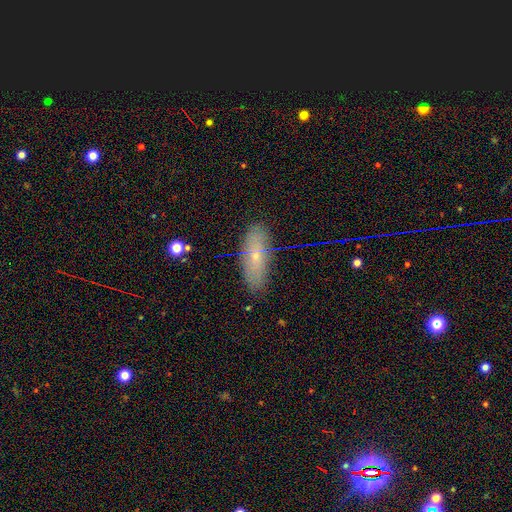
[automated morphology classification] The model was most divided on "smooth or featured": smooth: 62%, featured or disk: 29%, star or artifact: 9%. More confident: merging — none (82%); how rounded — in between (66%).